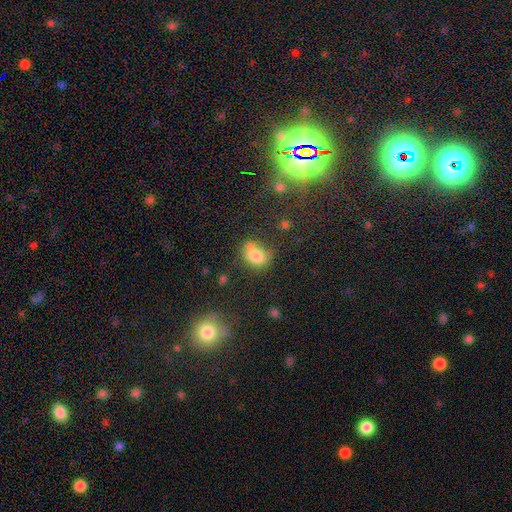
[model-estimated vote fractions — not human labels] This appears to be a smooth galaxy with no disk features (77%) that is in between round and cigar-shaped (62%). Merging: none (41%).